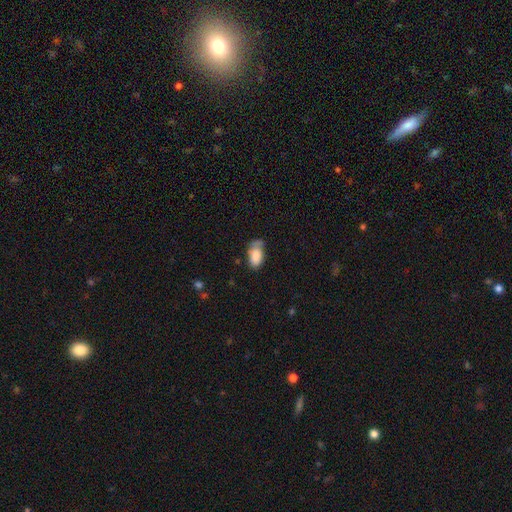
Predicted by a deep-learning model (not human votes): Morphology: type=smooth (82%); roundness=in between (93%); merging=none (43%).